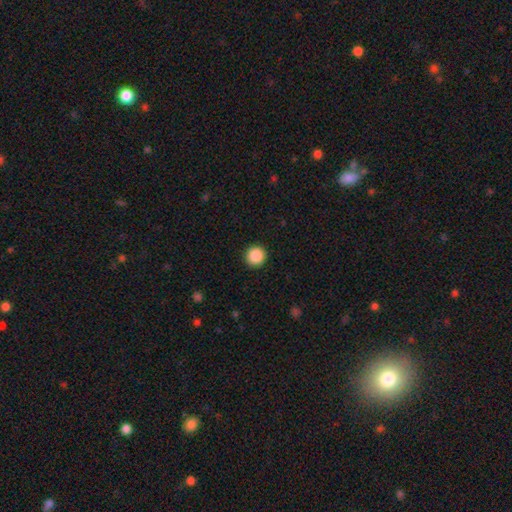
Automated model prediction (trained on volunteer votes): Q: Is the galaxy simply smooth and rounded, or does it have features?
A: smooth — 89%.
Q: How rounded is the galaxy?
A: round — 95%.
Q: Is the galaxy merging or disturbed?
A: none — 93%.